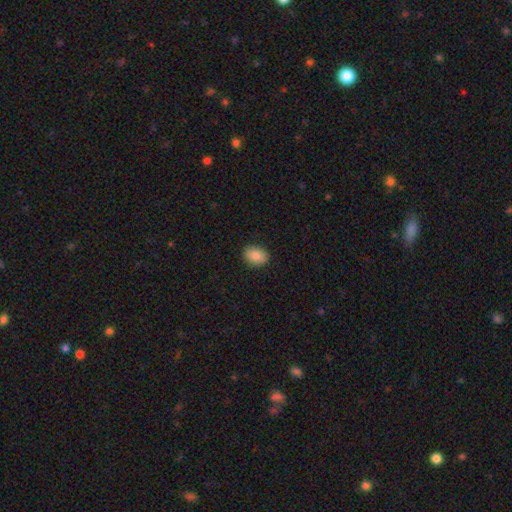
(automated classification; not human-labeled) This is clearly a smooth galaxy (84%). How rounded: likely in between (66%). Merging: clearly none (89%).